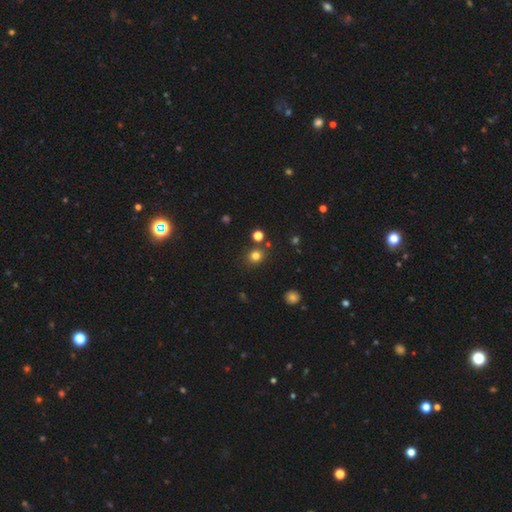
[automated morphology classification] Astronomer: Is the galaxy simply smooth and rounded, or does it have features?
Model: smooth — 78%.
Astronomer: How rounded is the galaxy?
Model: round — 78%.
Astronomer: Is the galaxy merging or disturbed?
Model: none — 81%.